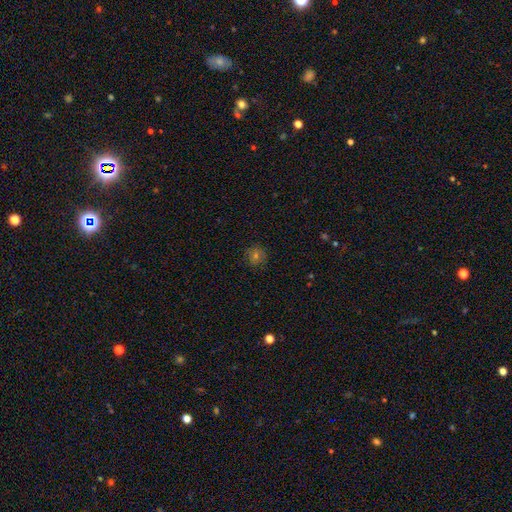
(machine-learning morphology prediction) Smooth or featured?
  - smooth: 57% *
  - star or artifact: 25%
  - featured or disk: 18%
How rounded?
  - round: 90% *
  - in between: 9%
  - cigar-shaped: 1%
Merging?
  - none: 85% *
  - minor disturbance: 10%
  - major disturbance: 3%
  - merger: 1%